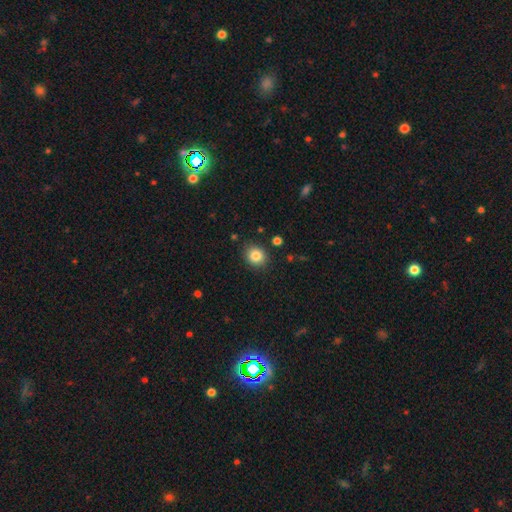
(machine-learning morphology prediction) Smooth or featured: smooth — 84% (star or artifact — 10%)
How rounded: round — 77% (in between — 23%)
Merging: none — 86% (minor disturbance — 9%)